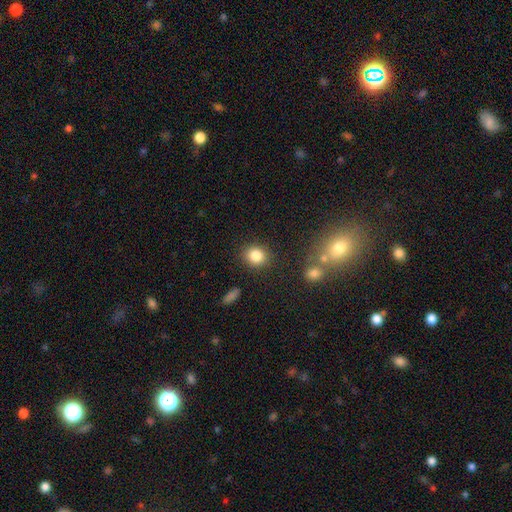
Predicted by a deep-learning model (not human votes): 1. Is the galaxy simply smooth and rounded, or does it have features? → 84% smooth, 10% star or artifact, 6% featured or disk.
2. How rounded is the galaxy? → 77% round, 22% in between, 1% cigar-shaped.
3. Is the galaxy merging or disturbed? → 86% none, 8% minor disturbance, 3% major disturbance, 3% merger.